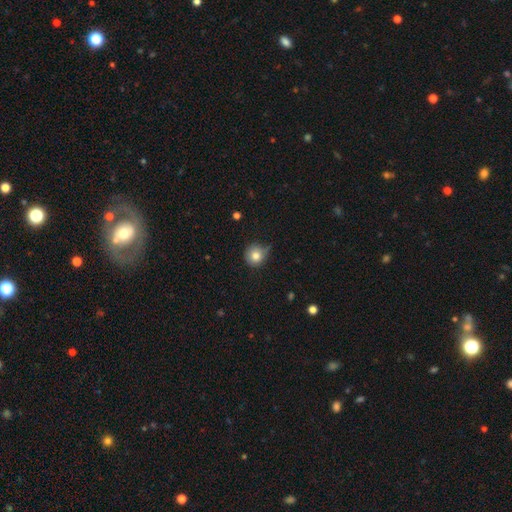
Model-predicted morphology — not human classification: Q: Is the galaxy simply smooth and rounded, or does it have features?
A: smooth — 80%.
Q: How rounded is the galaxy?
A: round — 92%.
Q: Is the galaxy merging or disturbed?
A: none — 61%.